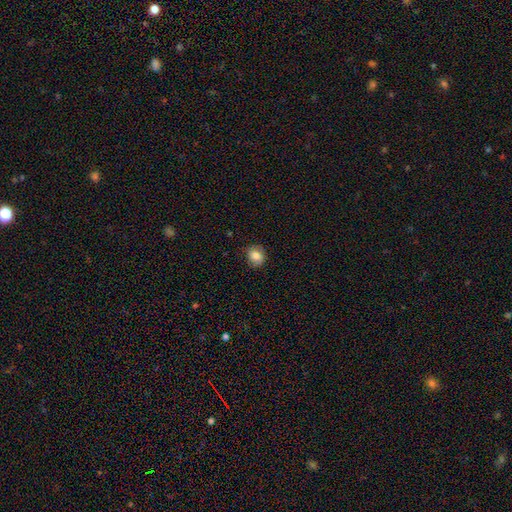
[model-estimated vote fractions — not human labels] A smooth galaxy with no disk features (80%) that is round (70%). Merging: none (83%).